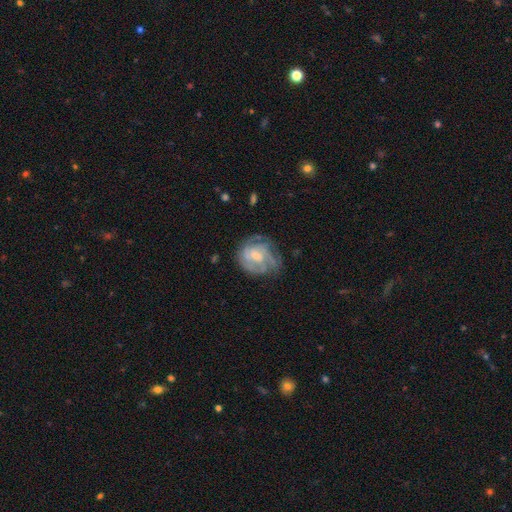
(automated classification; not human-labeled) A featured or disk galaxy (73%) with no bar (50%), tight (53%) spiral arms (83%) and a moderate central bulge (43%). Merging: none (60%).